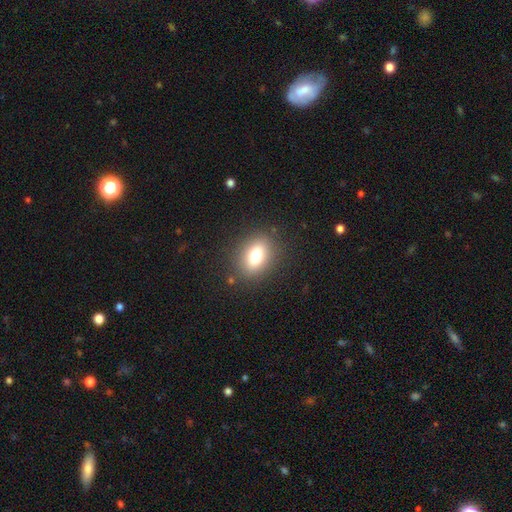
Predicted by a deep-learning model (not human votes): Smooth or featured?
  - smooth: 77% *
  - featured or disk: 12%
  - star or artifact: 11%
How rounded?
  - in between: 72% *
  - round: 26%
  - cigar-shaped: 2%
Merging?
  - none: 86% *
  - minor disturbance: 9%
  - major disturbance: 4%
  - merger: 2%